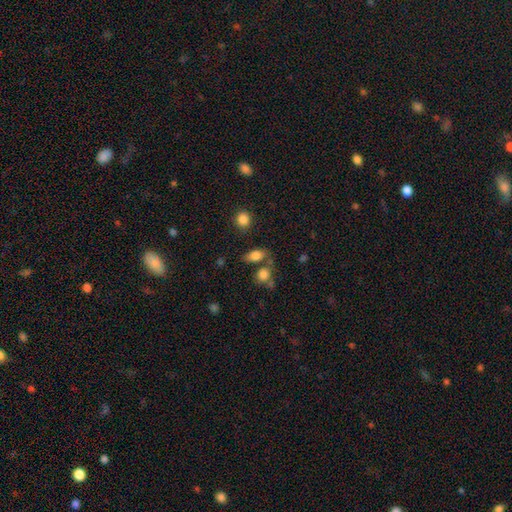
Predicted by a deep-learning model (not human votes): This appears to be a smooth galaxy with no disk features (82%) that is in between round and cigar-shaped (80%). Merging: none (59%).